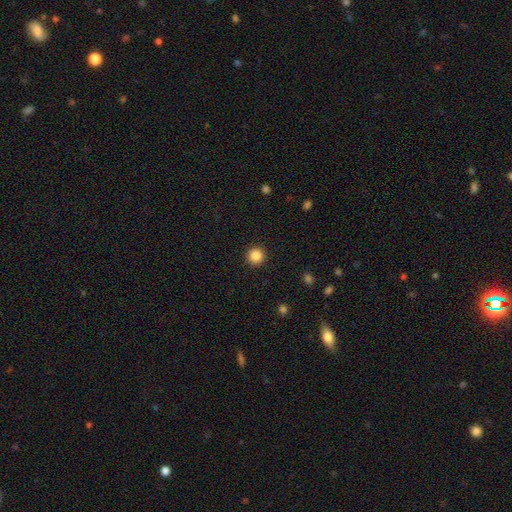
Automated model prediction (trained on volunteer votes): This appears to be a smooth galaxy with no disk features (86%) that is round (95%). Merging: none (93%).